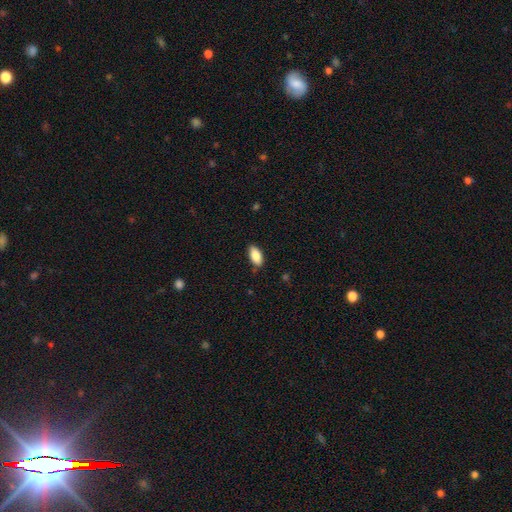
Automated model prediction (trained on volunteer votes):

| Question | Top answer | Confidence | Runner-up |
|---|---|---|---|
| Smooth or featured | smooth | 85% | featured or disk (8%) |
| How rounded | in between | 90% | cigar-shaped (7%) |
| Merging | none | 83% | minor disturbance (14%) |